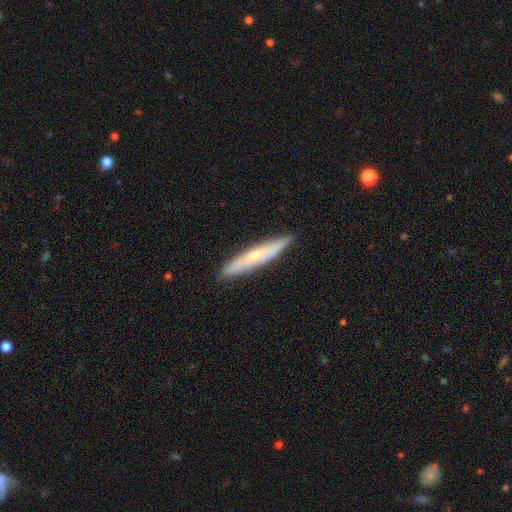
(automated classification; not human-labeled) smooth_or_featured: featured or disk (p=0.48) [alt: smooth p=0.46]
merging: none (p=0.87) [alt: minor disturbance p=0.10]